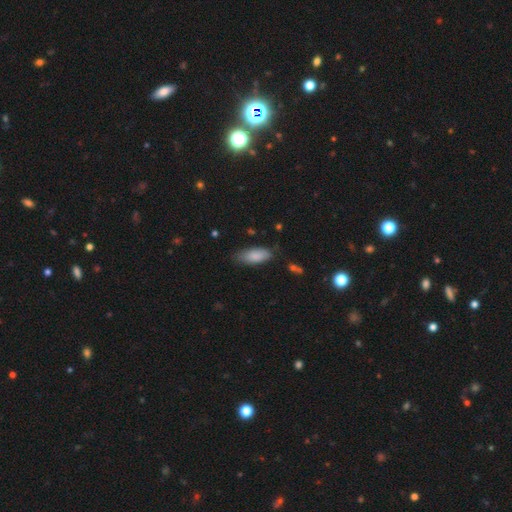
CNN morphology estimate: Smooth or featured? Predicted: smooth (p=0.86). How rounded? Predicted: in between (p=0.82). Merging? Predicted: none (p=0.72).